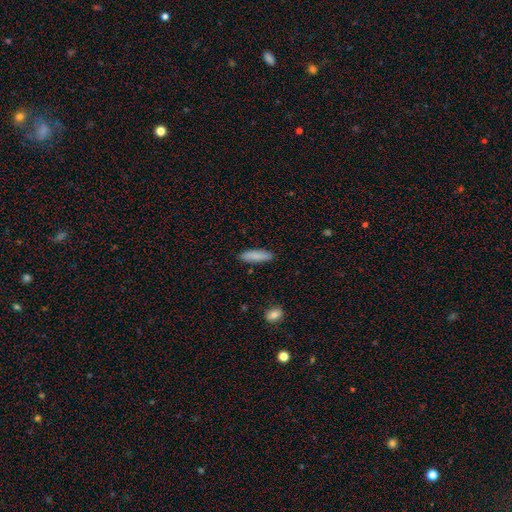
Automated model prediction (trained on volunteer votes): The model was most divided on "how rounded": cigar-shaped: 65%, in between: 34%, round: 2%. More confident: merging — none (88%); smooth or featured — smooth (87%).